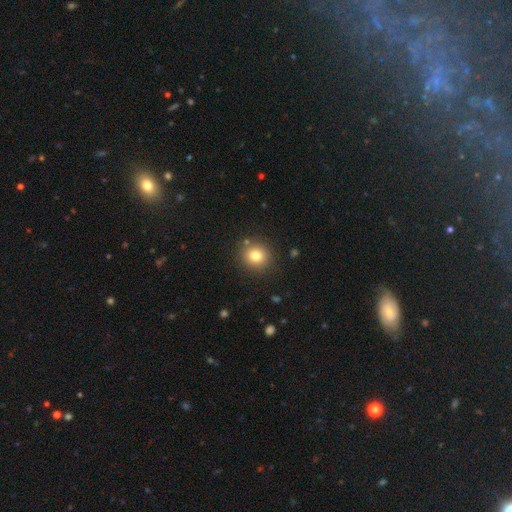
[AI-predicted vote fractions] smooth 79%, star or artifact 12%, featured or disk 9%. Down the decision tree: how rounded — round (91%); merging — none (88%).